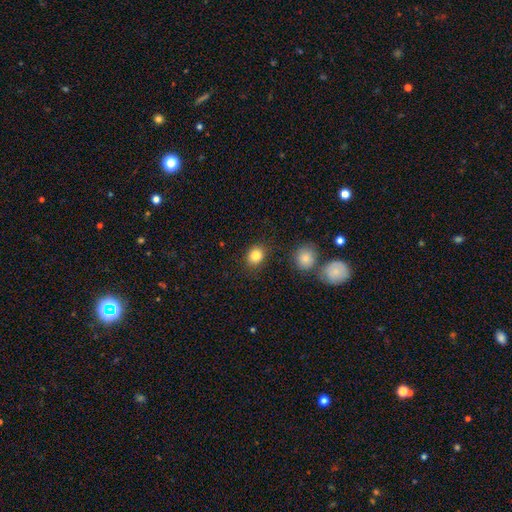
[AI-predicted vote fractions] Smooth or featured?
  - smooth: 84% *
  - star or artifact: 10%
  - featured or disk: 6%
How rounded?
  - round: 62% *
  - in between: 37%
  - cigar-shaped: 1%
Merging?
  - none: 85% *
  - minor disturbance: 9%
  - merger: 3%
  - major disturbance: 3%